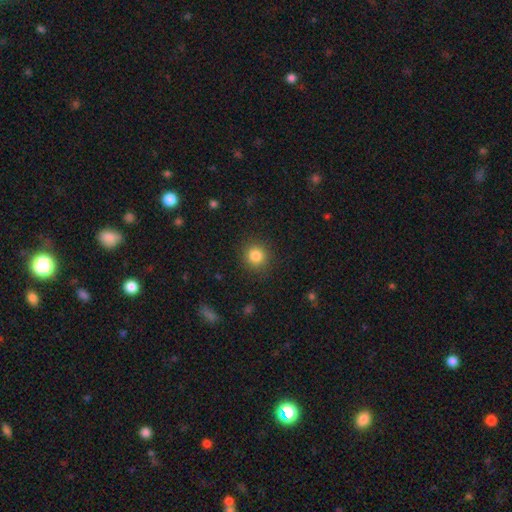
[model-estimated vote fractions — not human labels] Smooth or featured? Predicted: smooth (p=0.84). How rounded? Predicted: round (p=0.91). Merging? Predicted: none (p=0.89).